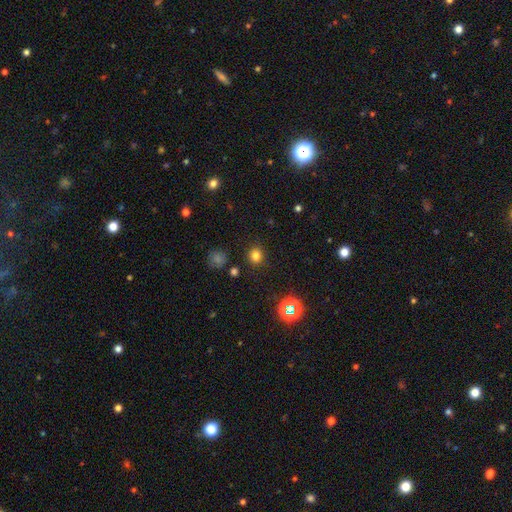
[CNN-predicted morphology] A smooth galaxy with no disk features (76%) that is round (86%). Merging: none (88%).